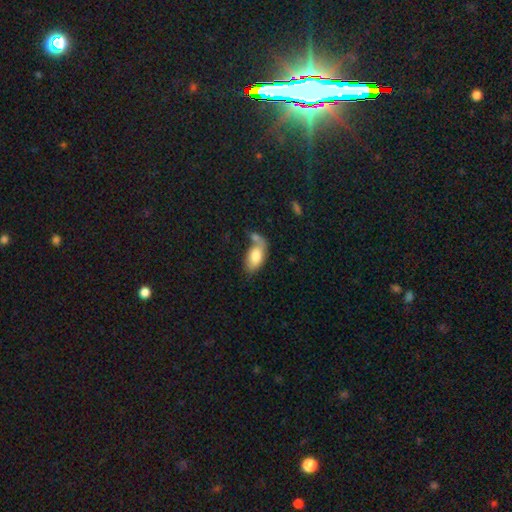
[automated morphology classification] smooth-or-featured: smooth: 76% | featured or disk: 17% | star or artifact: 6%
  how-rounded: in between: 92% | round: 4% | cigar-shaped: 4%
  merging: merger: 37% | none: 33% | minor disturbance: 17% | major disturbance: 13%